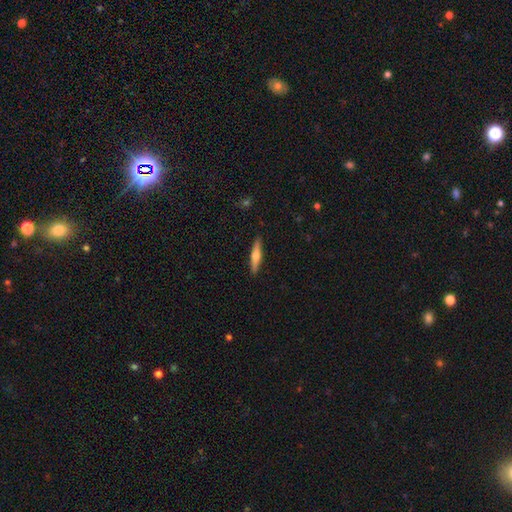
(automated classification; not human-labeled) Smooth or featured?
  - featured or disk: 56% *
  - smooth: 38%
  - star or artifact: 5%
Edge-on disk?
  - yes: 97% *
  - no: 3%
Edge-on bulge?
  - rounded: 90% *
  - boxy: 6%
  - none: 4%
Merging?
  - none: 90% *
  - minor disturbance: 7%
  - major disturbance: 1%
  - merger: 1%